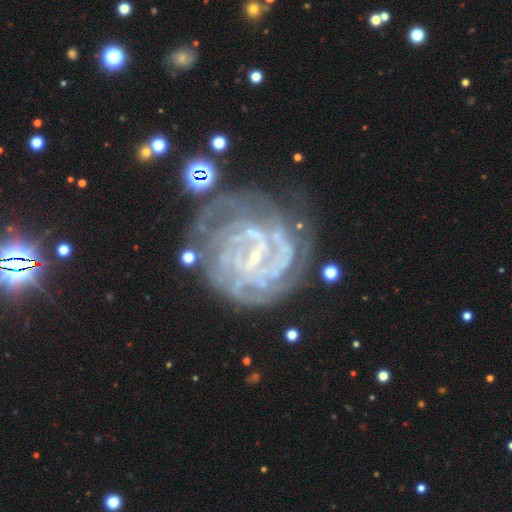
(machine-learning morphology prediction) A featured or disk galaxy (88%) with a weak bar (46%), tight (71%) spiral arms (94%) and a small central bulge (77%).

Vote fractions:
- Smooth or featured? featured or disk: 88% / star or artifact: 7% / smooth: 6%
- Edge-on disk? no: 98% / yes: 2%
- Bar? weak: 46% / no: 33% / strong: 21%
- Spiral arms? yes: 94% / no: 6%
- Spiral winding? tight: 71% / medium: 24% / loose: 6%
- Spiral arm count? can't tell: 32% / 4: 20% / 3: 17% / 2: 14% / more than 4: 10% / 1: 7%
- Bulge size? small: 77% / none: 14% / moderate: 7% / large: 1% / dominant: 1%
- Merging? none: 60% / minor disturbance: 20% / major disturbance: 15% / merger: 5%